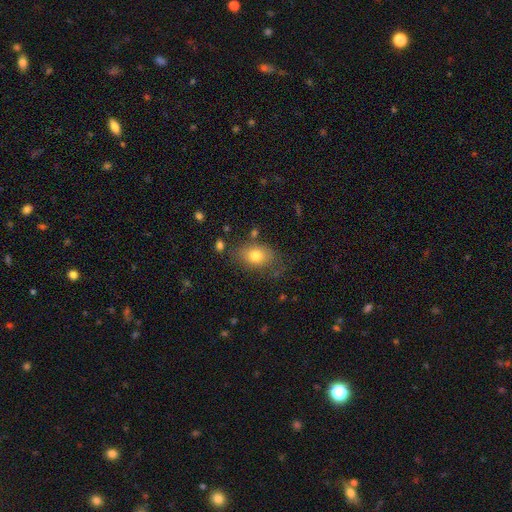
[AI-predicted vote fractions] smooth-or-featured: smooth: 77% | featured or disk: 14% | star or artifact: 10%
  how-rounded: in between: 76% | round: 23% | cigar-shaped: 1%
  merging: none: 65% | minor disturbance: 22% | major disturbance: 9% | merger: 4%